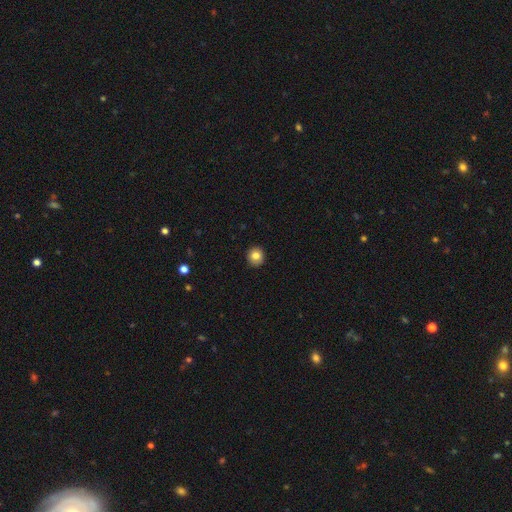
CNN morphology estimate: smooth-or-featured: smooth: 82% | star or artifact: 9% | featured or disk: 8%
  how-rounded: round: 91% | in between: 8% | cigar-shaped: 1%
  merging: none: 91% | minor disturbance: 6% | major disturbance: 2% | merger: 1%